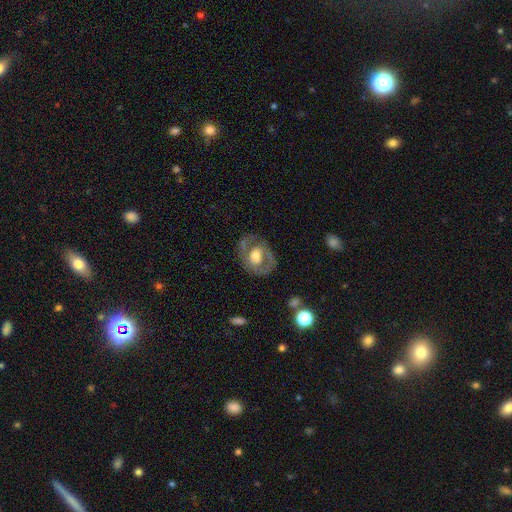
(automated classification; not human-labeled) Smooth or featured? Predicted: featured or disk (p=0.59). Edge-on disk? Predicted: no (p=0.95). Bar? Predicted: no (p=0.63). Spiral arms? Predicted: no (p=0.60). Bulge size? Predicted: moderate (p=0.60). Merging? Predicted: none (p=0.67).